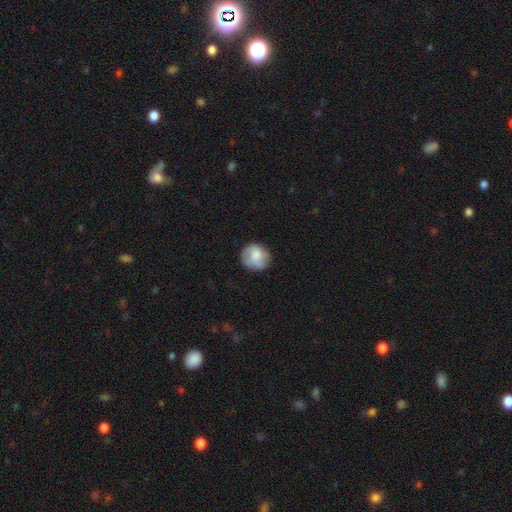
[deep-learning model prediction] Smooth or featured? Predicted: smooth (p=0.71). How rounded? Predicted: round (p=0.86). Merging? Predicted: none (p=0.74).